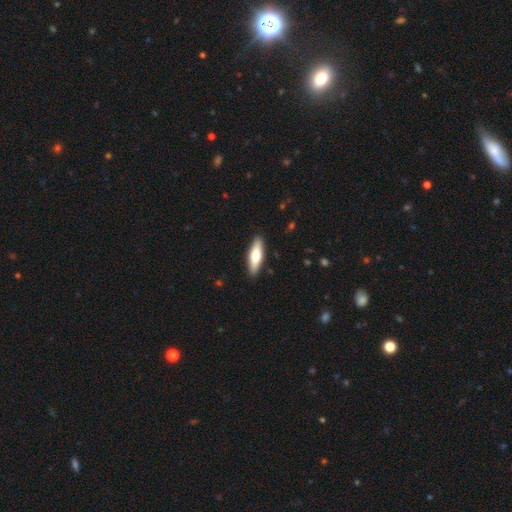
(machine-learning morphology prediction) A smooth galaxy with no disk features (64%) that is cigar-shaped (53%).

Vote fractions:
- Smooth or featured? smooth: 64% / featured or disk: 31% / star or artifact: 5%
- How rounded? cigar-shaped: 53% / in between: 45% / round: 2%
- Merging? none: 90% / minor disturbance: 8% / major disturbance: 2% / merger: 1%